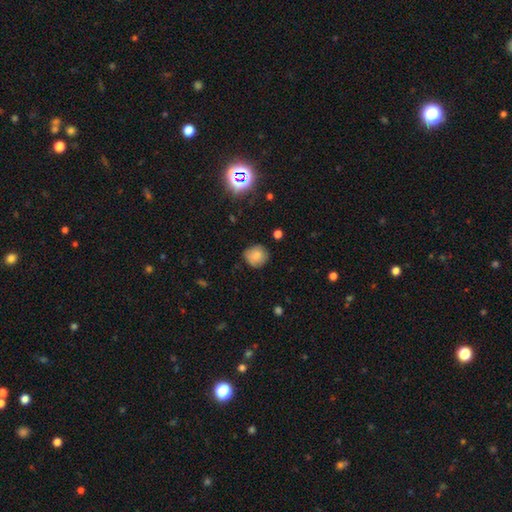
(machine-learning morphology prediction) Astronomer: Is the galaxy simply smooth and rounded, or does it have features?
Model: smooth — 81%.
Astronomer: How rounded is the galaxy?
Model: round — 88%.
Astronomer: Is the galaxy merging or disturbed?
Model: none — 79%.